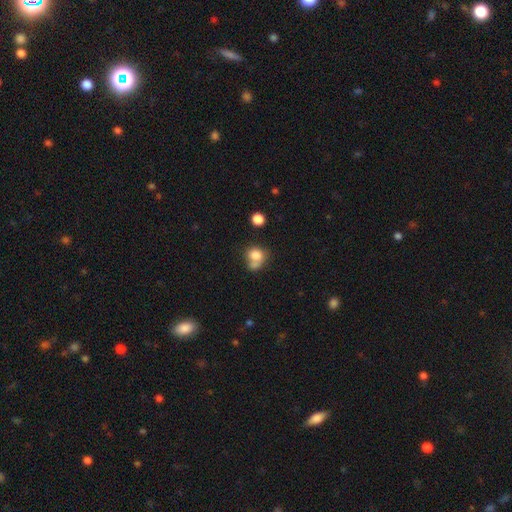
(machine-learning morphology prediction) A smooth galaxy with no disk features (78%) that is round (65%). Merging: merger (36%, tied with none).